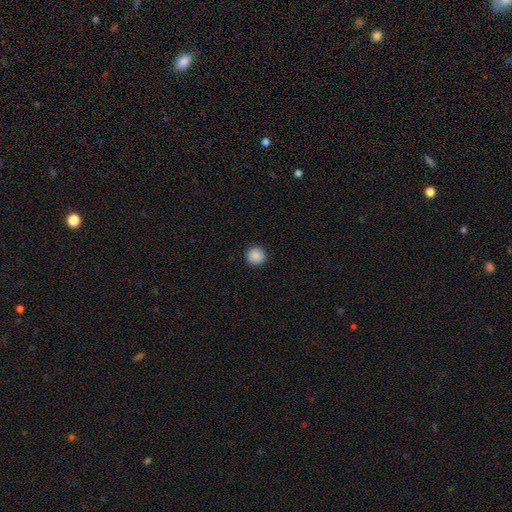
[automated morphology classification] smooth-or-featured: smooth: 89% | star or artifact: 9% | featured or disk: 3%
  how-rounded: round: 95% | in between: 4% | cigar-shaped: 1%
  merging: none: 93% | minor disturbance: 5% | major disturbance: 2% | merger: 1%